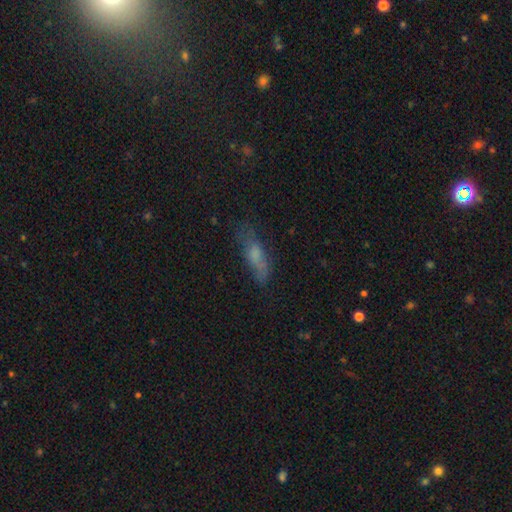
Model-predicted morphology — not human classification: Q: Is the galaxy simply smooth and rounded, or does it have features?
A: smooth — 61%.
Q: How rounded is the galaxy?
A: cigar-shaped — 52%.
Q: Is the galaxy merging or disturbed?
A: none — 58%.